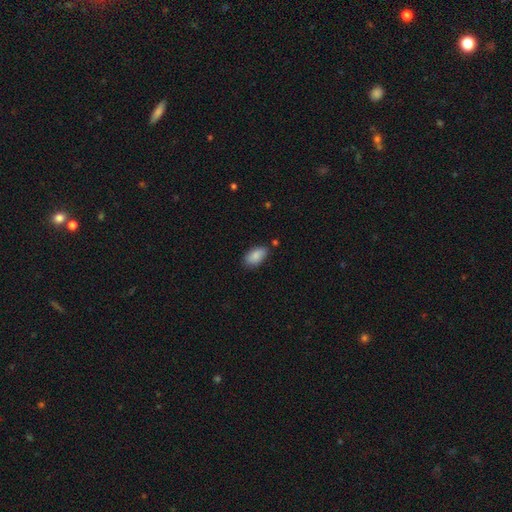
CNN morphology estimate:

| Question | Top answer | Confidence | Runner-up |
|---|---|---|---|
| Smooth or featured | smooth | 87% | star or artifact (7%) |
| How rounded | in between | 93% | cigar-shaped (4%) |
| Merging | none | 78% | minor disturbance (16%) |